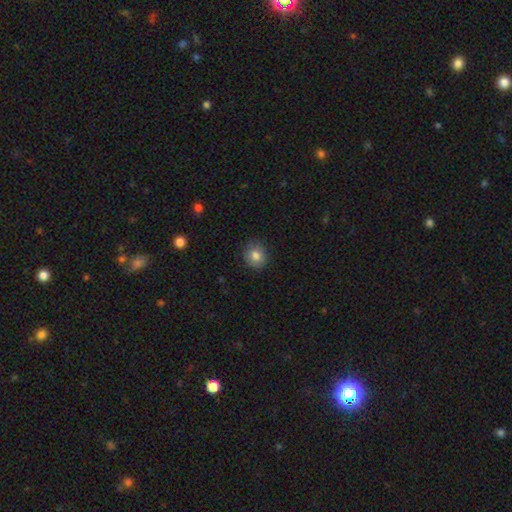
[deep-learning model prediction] Q: Smooth or featured?
A: smooth (82%); runner-up: star or artifact (10%)
Q: How rounded?
A: round (82%); runner-up: in between (17%)
Q: Merging?
A: none (85%); runner-up: minor disturbance (11%)